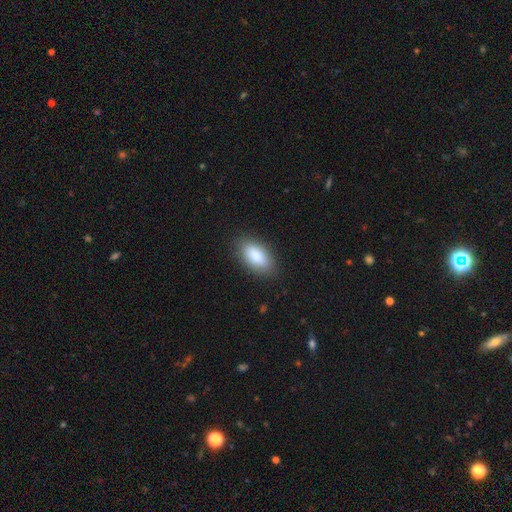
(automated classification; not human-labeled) A smooth galaxy with no disk features (87%) that is in between round and cigar-shaped (91%). Merging: none (86%).